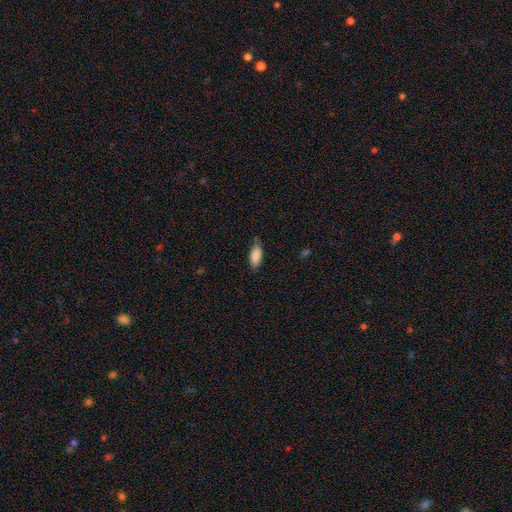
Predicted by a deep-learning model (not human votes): Q: Smooth or featured?
A: smooth (87%); runner-up: featured or disk (7%)
Q: How rounded?
A: in between (82%); runner-up: cigar-shaped (16%)
Q: Merging?
A: none (68%); runner-up: minor disturbance (25%)